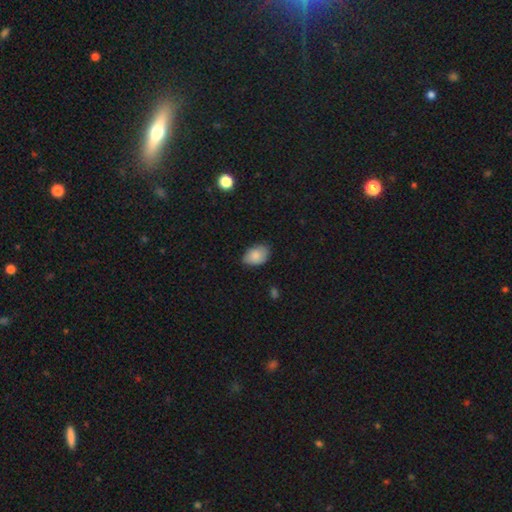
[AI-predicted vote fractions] The model was most divided on "merging": none: 71%, minor disturbance: 24%, major disturbance: 4%, merger: 1%. More confident: smooth or featured — smooth (85%); how rounded — in between (85%).